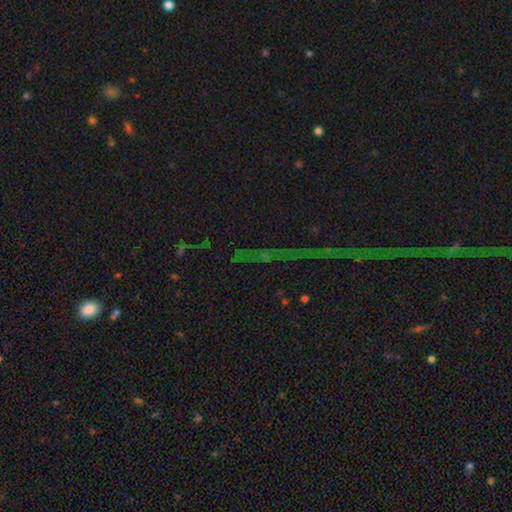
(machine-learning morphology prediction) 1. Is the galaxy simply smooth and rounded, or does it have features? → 83% star or artifact, 8% featured or disk, 8% smooth.